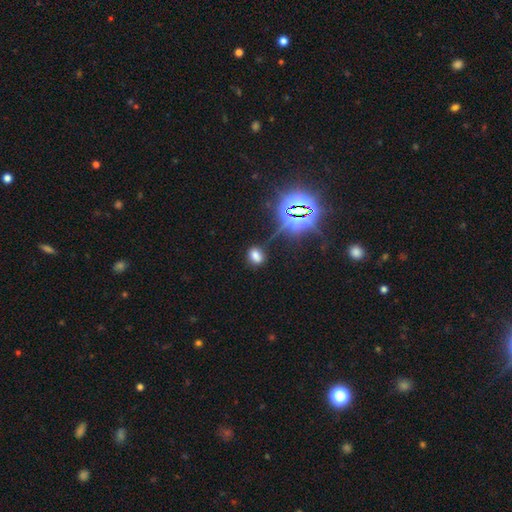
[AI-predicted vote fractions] smooth-or-featured: smooth: 64% | star or artifact: 27% | featured or disk: 9%
  how-rounded: in between: 69% | round: 29% | cigar-shaped: 2%
  merging: none: 70% | minor disturbance: 17% | major disturbance: 6% | merger: 6%